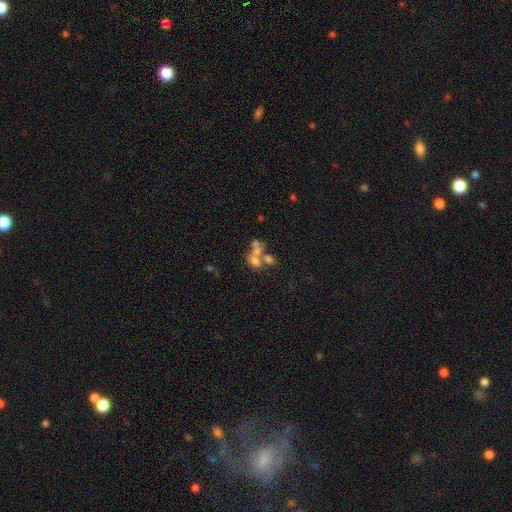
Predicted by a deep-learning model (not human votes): Smooth or featured: smooth — 46% (featured or disk — 34%)
Merging: merger — 58% (none — 25%)